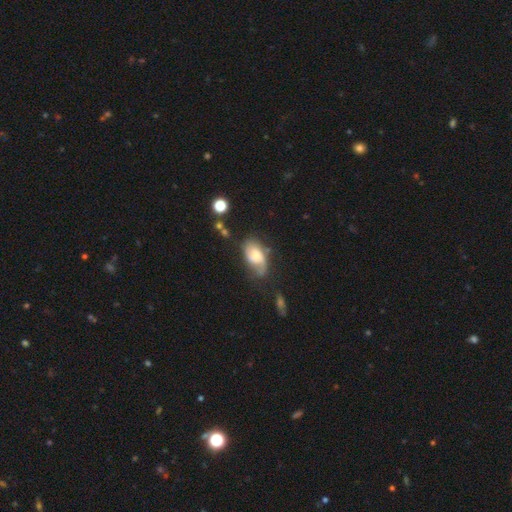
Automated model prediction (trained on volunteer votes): Smooth or featured? featured or disk (54%)
Edge-on disk? no (95%)
Bar? no (66%)
Spiral arms? yes (83%)
Bulge size? moderate (47%)
Merging? none (45%)